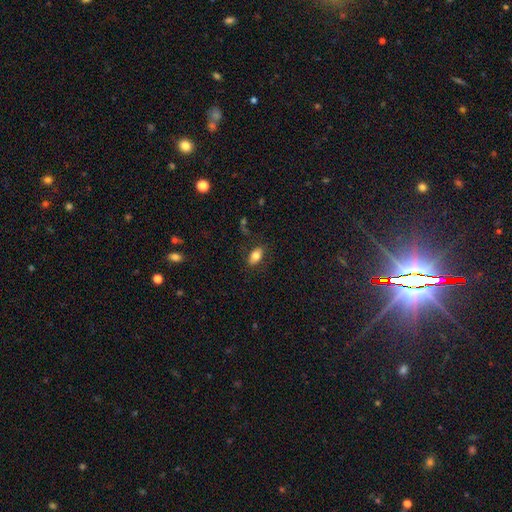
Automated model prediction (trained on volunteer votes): smooth 79%, featured or disk 12%, star or artifact 8%. Down the decision tree: how rounded — in between (89%); merging — none (83%).